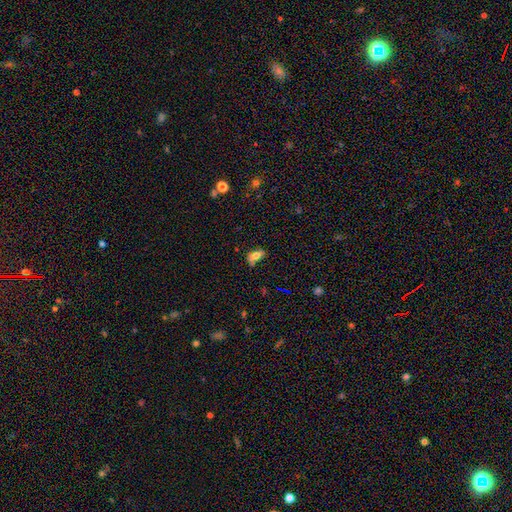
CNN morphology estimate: This is likely a smooth galaxy (66%). How rounded: clearly in between (81%). Merging: marginally none (41%).